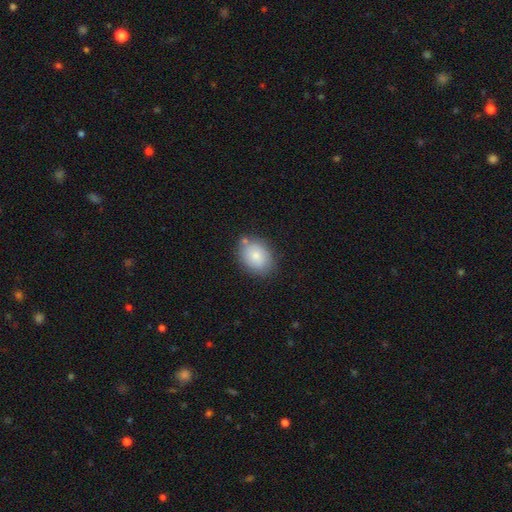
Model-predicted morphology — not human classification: The model was most divided on "how rounded": in between: 71%, round: 28%, cigar-shaped: 1%. More confident: smooth or featured — smooth (82%); merging — none (74%).